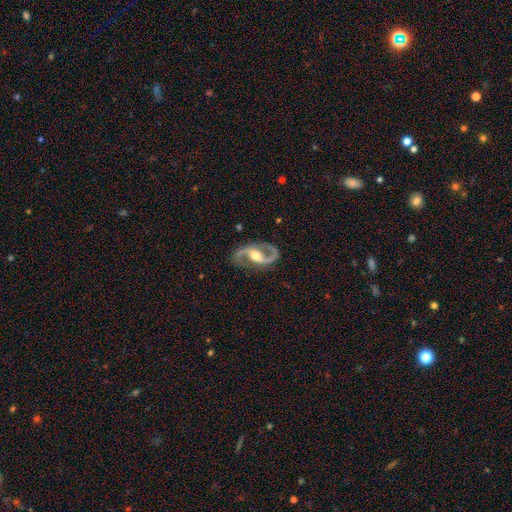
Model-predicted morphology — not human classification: Smooth or featured? Predicted: featured or disk (p=0.93). Edge-on disk? Predicted: no (p=0.97). Bar? Predicted: weak (p=0.36, tied with strong). Spiral arms? Predicted: yes (p=0.98). Spiral winding? Predicted: medium (p=0.55). Spiral arm count? Predicted: 2 (p=0.94). Bulge size? Predicted: moderate (p=0.70). Merging? Predicted: none (p=0.84).